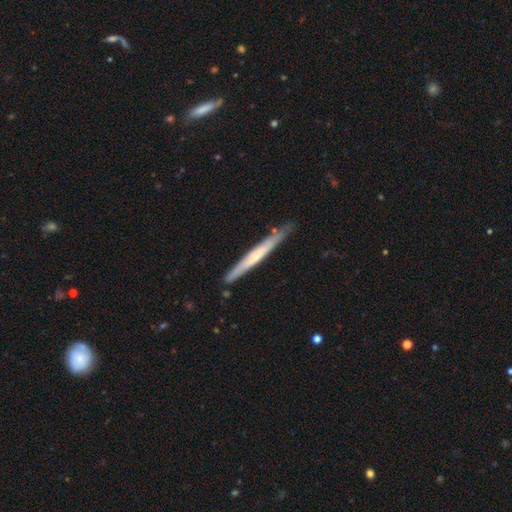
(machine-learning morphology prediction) smooth_or_featured: featured or disk (p=0.53) [alt: smooth p=0.41]
disk_edge_on: yes (p=0.94) [alt: no p=0.06]
edge_on_bulge: none (p=0.62) [alt: rounded p=0.33]
merging: none (p=0.82) [alt: minor disturbance p=0.14]